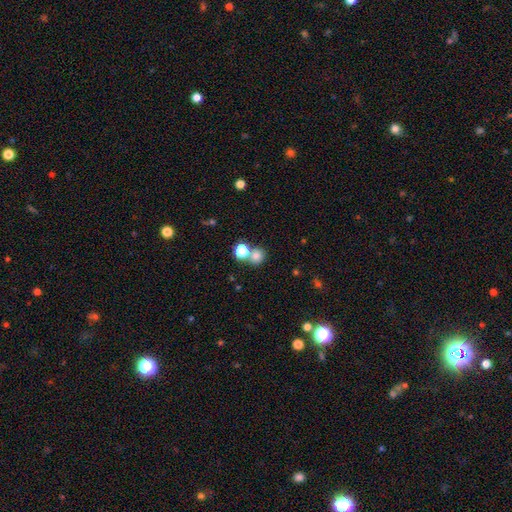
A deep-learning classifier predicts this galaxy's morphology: smooth 77%, star or artifact 16%, featured or disk 8%. Down the decision tree: how rounded — round (85%); merging — none (57%).